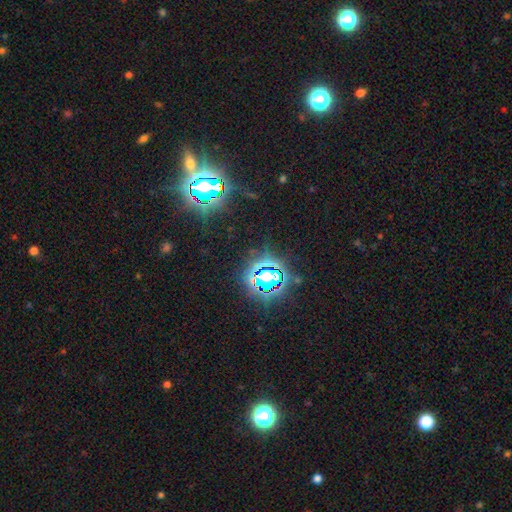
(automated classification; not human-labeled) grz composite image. It shows a star or artifact, not a galaxy (81%).